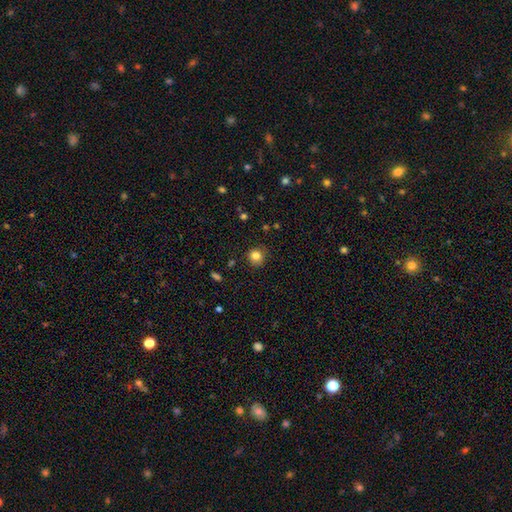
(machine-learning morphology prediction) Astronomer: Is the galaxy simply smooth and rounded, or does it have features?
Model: smooth — 83%.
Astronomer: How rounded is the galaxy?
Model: round — 90%.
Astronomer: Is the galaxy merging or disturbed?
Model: none — 86%.